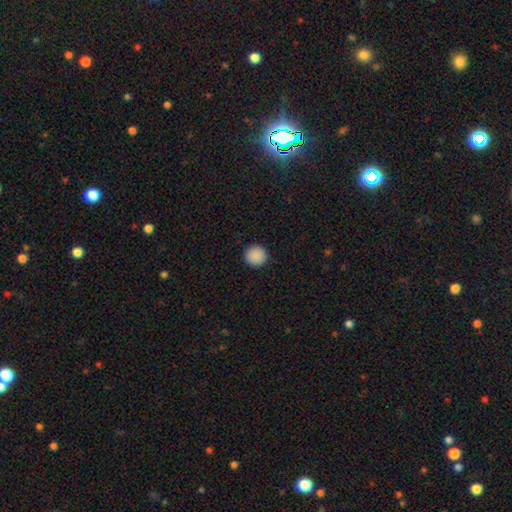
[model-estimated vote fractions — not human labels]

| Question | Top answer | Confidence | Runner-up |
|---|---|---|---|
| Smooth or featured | smooth | 90% | star or artifact (8%) |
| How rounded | round | 95% | in between (4%) |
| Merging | none | 93% | minor disturbance (4%) |